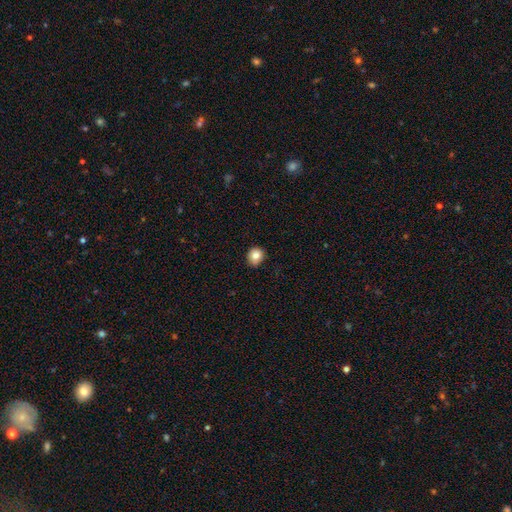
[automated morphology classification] Smooth or featured? smooth (82%)
How rounded? round (78%)
Merging? none (76%)